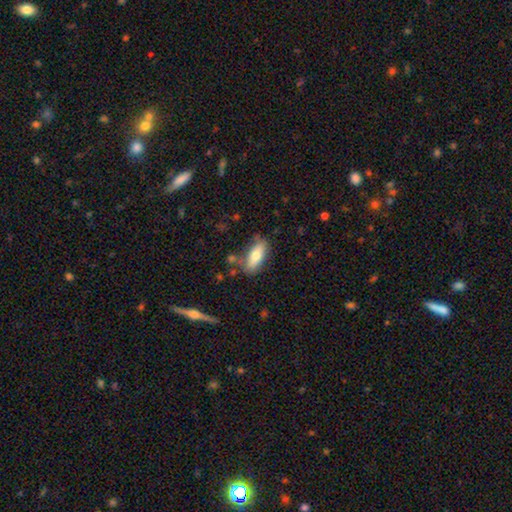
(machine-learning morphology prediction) A smooth galaxy with no disk features (73%) that is in between round and cigar-shaped (75%).

Vote fractions:
- Smooth or featured? smooth: 73% / featured or disk: 21% / star or artifact: 7%
- How rounded? in between: 75% / cigar-shaped: 23% / round: 3%
- Merging? none: 74% / minor disturbance: 16% / merger: 5% / major disturbance: 4%